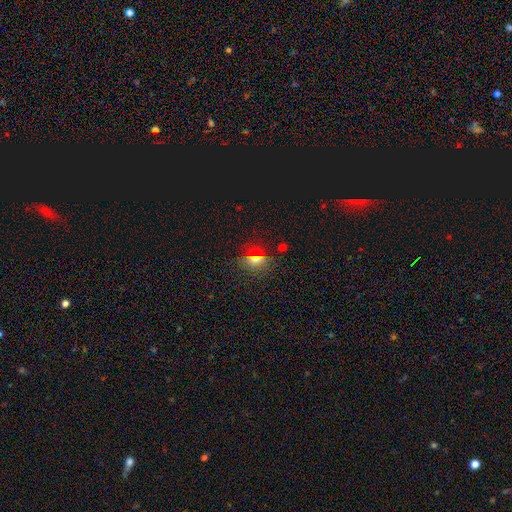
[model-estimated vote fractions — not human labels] Q: Smooth or featured?
A: smooth (53%); runner-up: star or artifact (30%)
Q: How rounded?
A: in between (48%); runner-up: round (38%)
Q: Merging?
A: none (83%); runner-up: minor disturbance (10%)